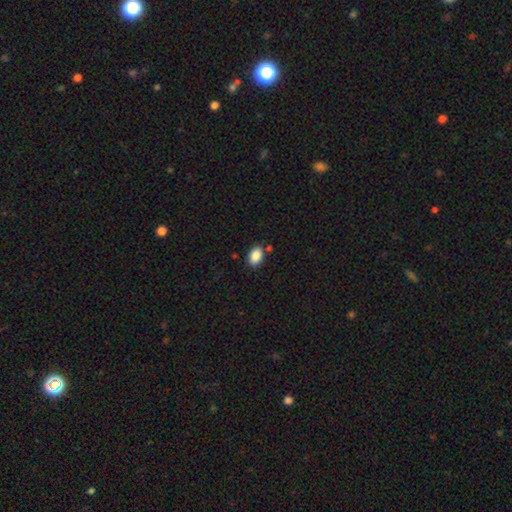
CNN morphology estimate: smooth 89%, star or artifact 8%, featured or disk 3%. Down the decision tree: how rounded — in between (82%); merging — none (81%).